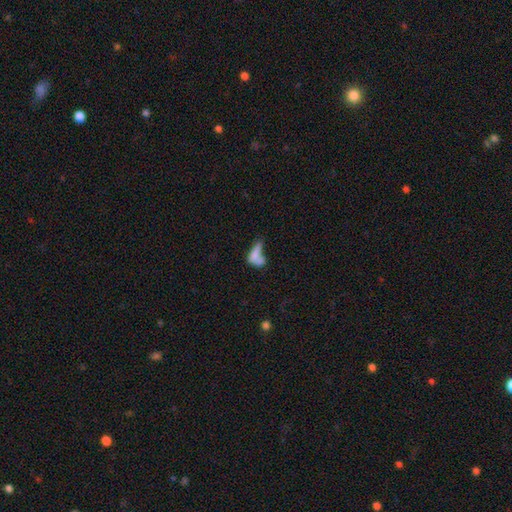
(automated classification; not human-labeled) A smooth galaxy with no disk features (64%) that is in between round and cigar-shaped (62%). Merging: merger (46%).